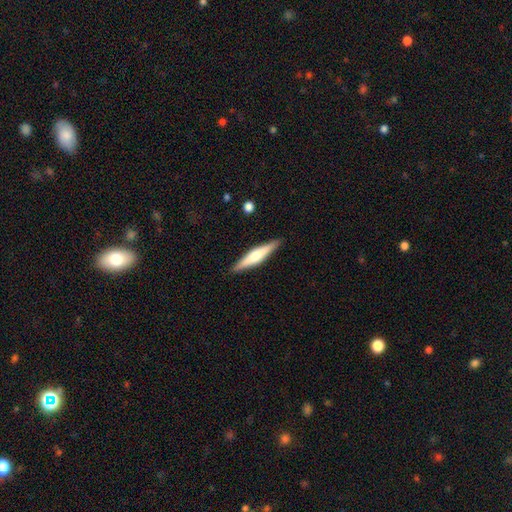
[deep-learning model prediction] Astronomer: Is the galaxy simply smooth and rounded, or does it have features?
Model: featured or disk — 54% (runner-up: smooth, 41%).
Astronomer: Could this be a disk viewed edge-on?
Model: yes — 97%.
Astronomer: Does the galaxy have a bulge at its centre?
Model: rounded — 76%.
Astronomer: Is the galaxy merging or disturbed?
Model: none — 90%.